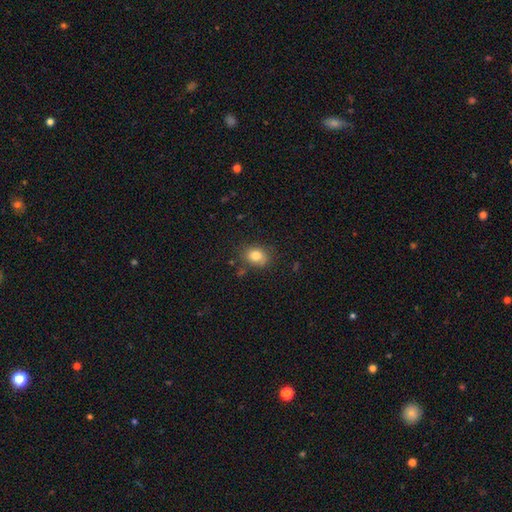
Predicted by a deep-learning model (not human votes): This appears to be a smooth galaxy with no disk features (81%) that is in between round and cigar-shaped (53%). Merging: none (75%).